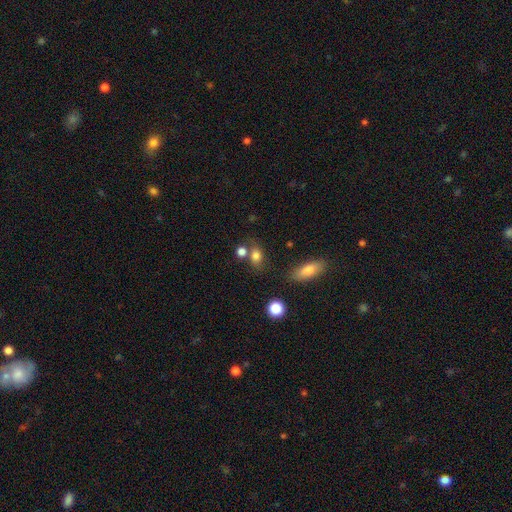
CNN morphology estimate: Smooth or featured? Predicted: smooth (p=0.79). How rounded? Predicted: in between (p=0.56). Merging? Predicted: none (p=0.58).